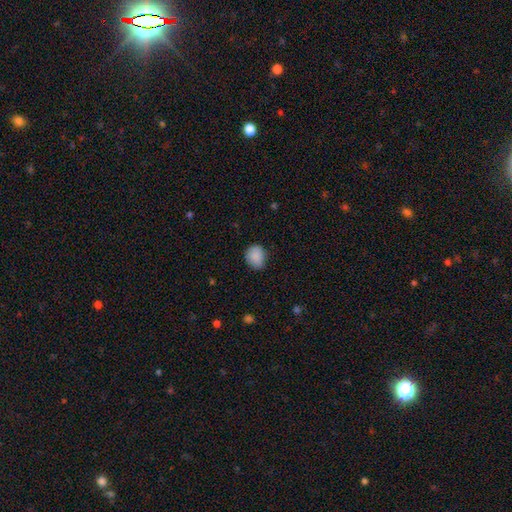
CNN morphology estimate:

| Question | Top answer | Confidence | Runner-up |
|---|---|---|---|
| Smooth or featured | smooth | 88% | star or artifact (8%) |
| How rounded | round | 58% | in between (41%) |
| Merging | none | 76% | minor disturbance (20%) |